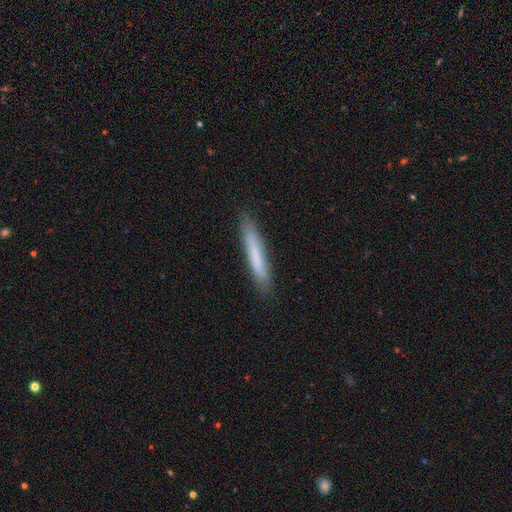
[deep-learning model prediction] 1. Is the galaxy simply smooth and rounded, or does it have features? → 73% smooth, 21% featured or disk, 6% star or artifact.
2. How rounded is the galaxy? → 94% cigar-shaped, 5% in between, 1% round.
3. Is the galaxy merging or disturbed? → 87% none, 9% minor disturbance, 2% major disturbance, 1% merger.